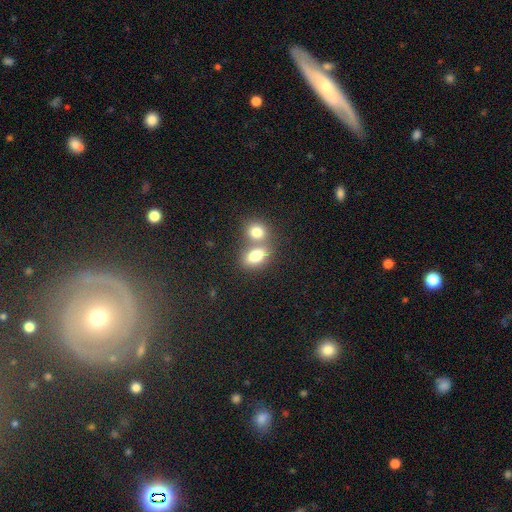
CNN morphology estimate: Overall: smooth (78%). How rounded: in between (77%). Merging: merger (53%; none 36%).